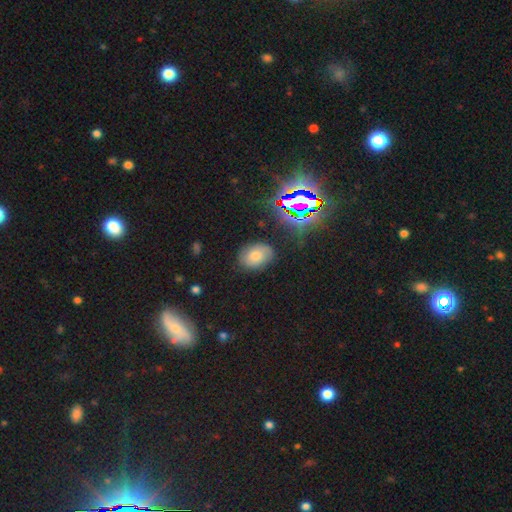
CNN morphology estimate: Smooth or featured?
  - smooth: 56% *
  - star or artifact: 23%
  - featured or disk: 21%
How rounded?
  - in between: 71% *
  - round: 28%
  - cigar-shaped: 1%
Merging?
  - none: 81% *
  - minor disturbance: 14%
  - major disturbance: 4%
  - merger: 2%